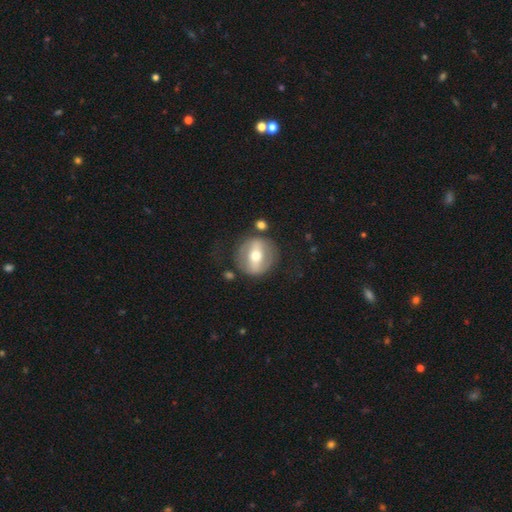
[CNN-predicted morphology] This is likely a featured or disk galaxy (63%). It is clearly not viewed edge-on (85%). Bar: likely strong (65%). Spiral arm pattern: likely no (76%). Central bulge: likely moderate (71%). Merging: likely none (77%).